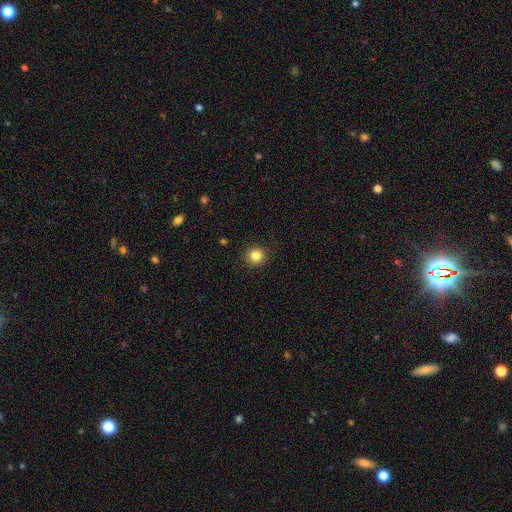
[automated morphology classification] Smooth or featured? Predicted: smooth (p=0.83). How rounded? Predicted: round (p=0.94). Merging? Predicted: none (p=0.91).